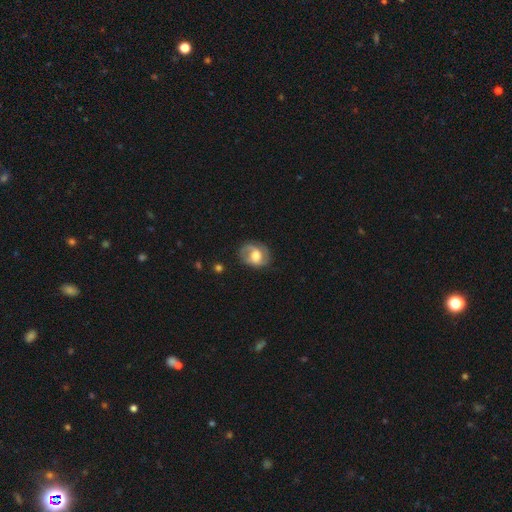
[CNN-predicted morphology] type=featured or disk (60%); edge-on=no (97%); bar=no (45%); spiral arms=yes (83%); bulge=moderate (53%); merging=none (71%).